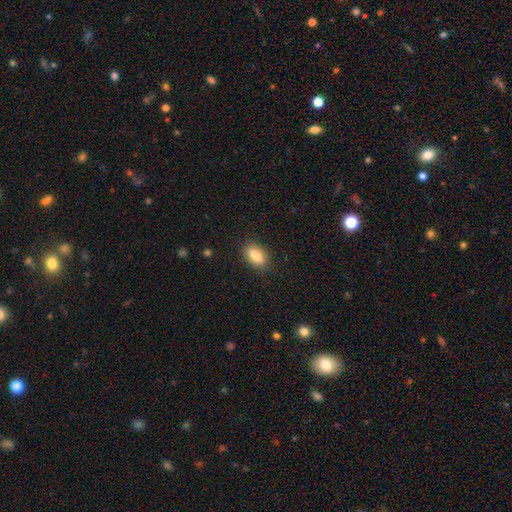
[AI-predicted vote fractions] This appears to be a smooth galaxy with no disk features (81%) that is in between round and cigar-shaped (82%). Merging: none (86%).